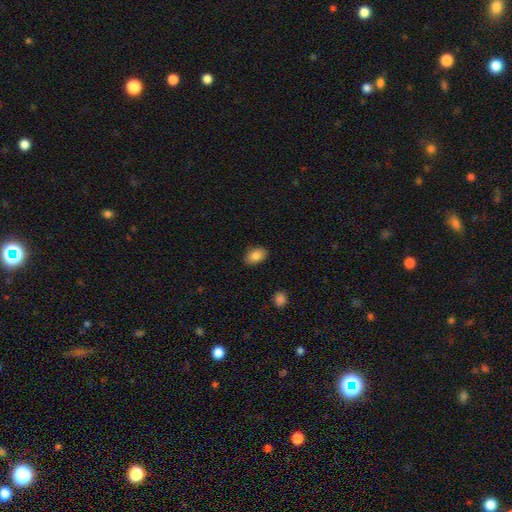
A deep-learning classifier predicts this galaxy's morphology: smooth-or-featured: smooth: 86% | star or artifact: 8% | featured or disk: 7%
  how-rounded: in between: 85% | round: 14% | cigar-shaped: 1%
  merging: none: 86% | minor disturbance: 10% | major disturbance: 2% | merger: 1%